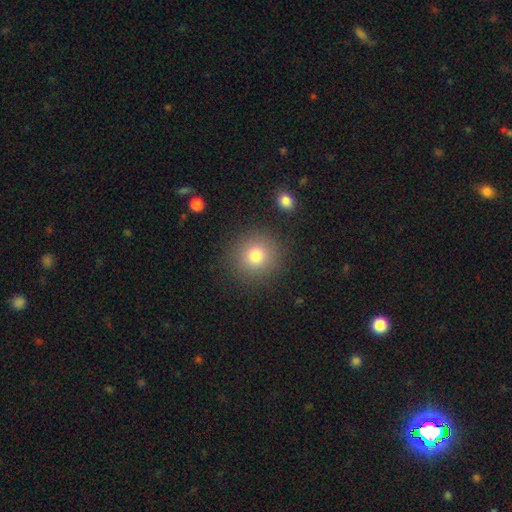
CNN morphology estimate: This appears to be a smooth galaxy with no disk features (79%) that is round (91%). Merging: none (88%).